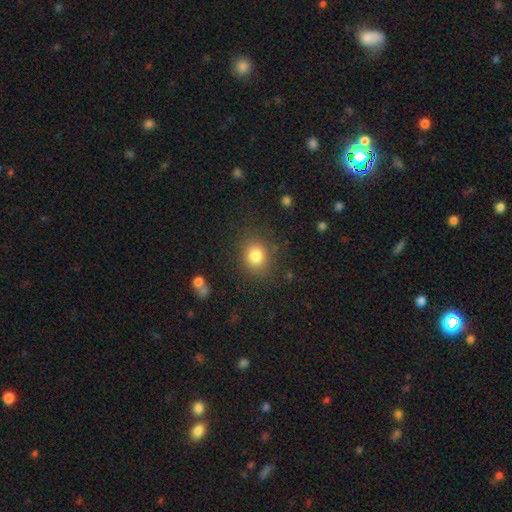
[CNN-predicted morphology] smooth-or-featured: smooth: 81% | star or artifact: 12% | featured or disk: 7%
  how-rounded: round: 71% | in between: 28% | cigar-shaped: 1%
  merging: none: 84% | minor disturbance: 10% | major disturbance: 4% | merger: 2%